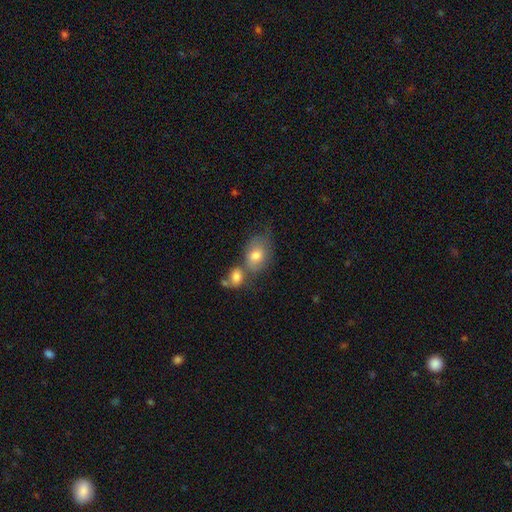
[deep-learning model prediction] A smooth galaxy with no disk features (75%) that is in between round and cigar-shaped (75%).

Vote fractions:
- Smooth or featured? smooth: 75% / featured or disk: 16% / star or artifact: 9%
- How rounded? in between: 75% / round: 23% / cigar-shaped: 2%
- Merging? merger: 43% / none: 34% / minor disturbance: 16% / major disturbance: 7%